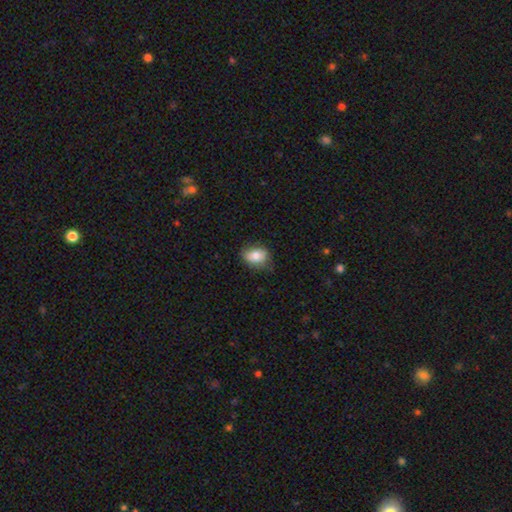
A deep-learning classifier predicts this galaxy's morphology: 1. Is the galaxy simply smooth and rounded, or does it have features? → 79% smooth, 14% featured or disk, 8% star or artifact.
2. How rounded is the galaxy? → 69% in between, 29% round, 1% cigar-shaped.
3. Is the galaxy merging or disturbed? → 69% none, 24% minor disturbance, 5% major disturbance, 1% merger.